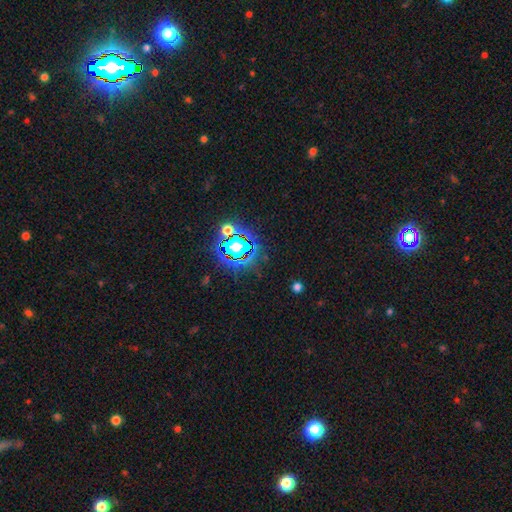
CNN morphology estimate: This appears to be a star or artifact, not a galaxy (80%).